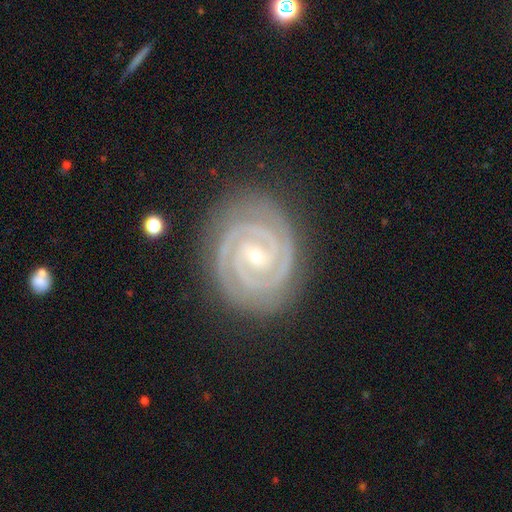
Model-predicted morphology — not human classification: Smooth or featured? featured or disk (93%)
Edge-on disk? no (98%)
Bar? no (40%)
Spiral arms? yes (99%)
Spiral winding? tight (88%)
Spiral arm count? 2 (87%)
Bulge size? small (71%)
Merging? none (85%)